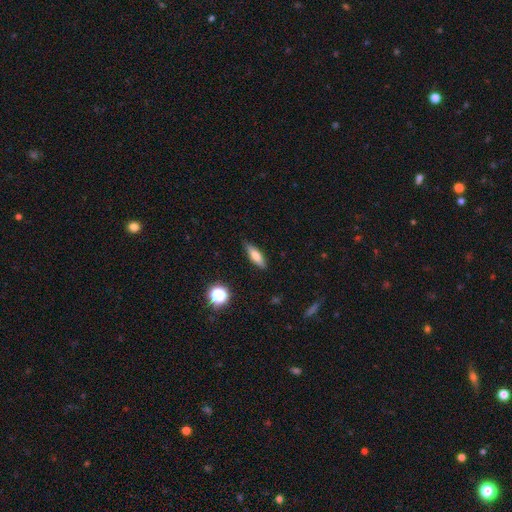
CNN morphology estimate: smooth 67%, featured or disk 23%, star or artifact 9%. Down the decision tree: how rounded — cigar-shaped (53%); merging — none (87%).